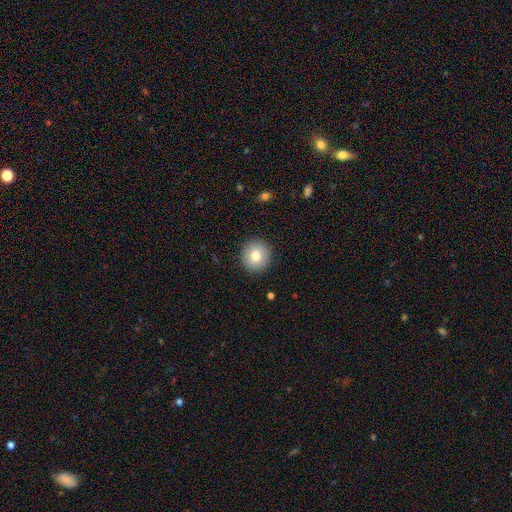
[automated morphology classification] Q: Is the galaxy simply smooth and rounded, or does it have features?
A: smooth — 78%.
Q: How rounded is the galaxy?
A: round — 93%.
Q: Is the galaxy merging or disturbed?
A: none — 91%.